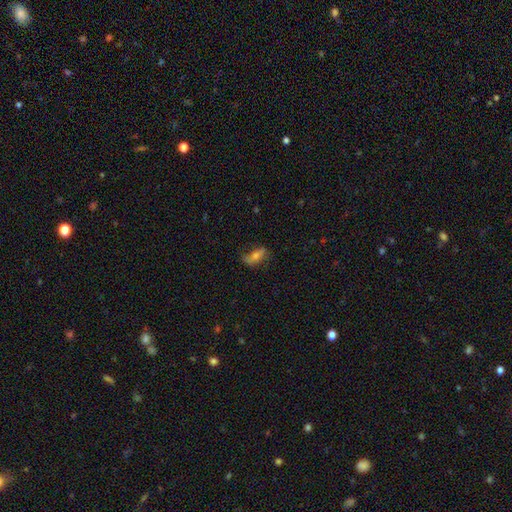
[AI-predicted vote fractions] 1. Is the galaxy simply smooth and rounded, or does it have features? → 47% smooth, 42% featured or disk, 11% star or artifact.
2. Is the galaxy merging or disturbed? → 66% none, 22% minor disturbance, 10% major disturbance, 2% merger.